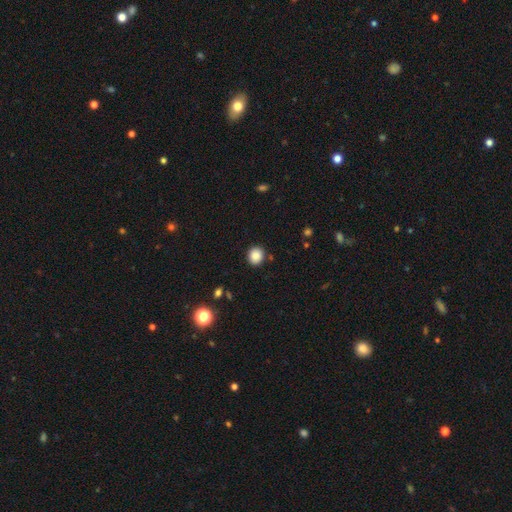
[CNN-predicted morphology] This appears to be a smooth galaxy with no disk features (87%) that is round (82%). Merging: none (88%).